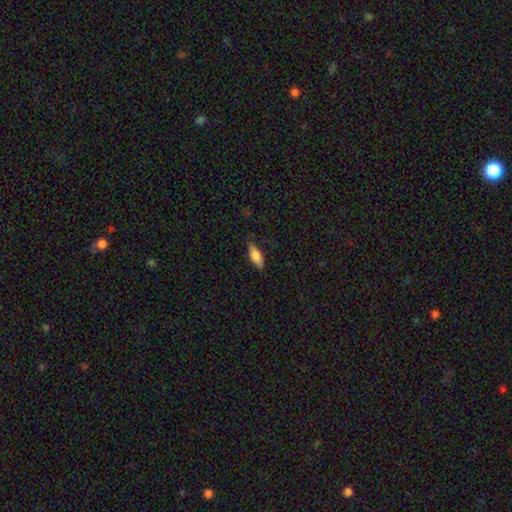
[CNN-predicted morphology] smooth-or-featured: smooth: 75% | featured or disk: 19% | star or artifact: 7%
  how-rounded: in between: 72% | cigar-shaped: 26% | round: 3%
  merging: none: 82% | minor disturbance: 14% | major disturbance: 3% | merger: 1%